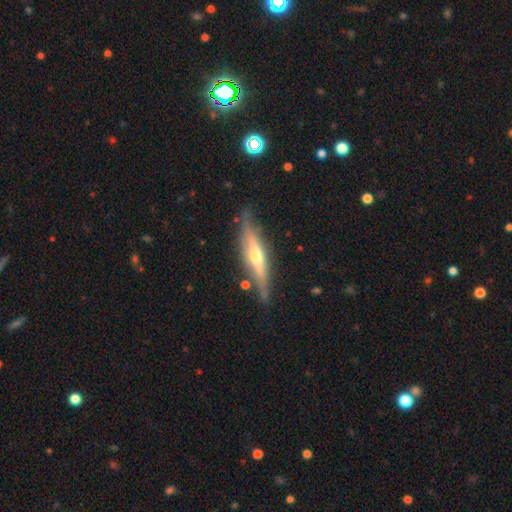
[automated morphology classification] Q: Smooth or featured?
A: featured or disk (71%); runner-up: smooth (24%)
Q: Edge-on disk?
A: yes (92%); runner-up: no (8%)
Q: Edge-on bulge?
A: rounded (82%); runner-up: none (9%)
Q: Merging?
A: none (77%); runner-up: minor disturbance (16%)